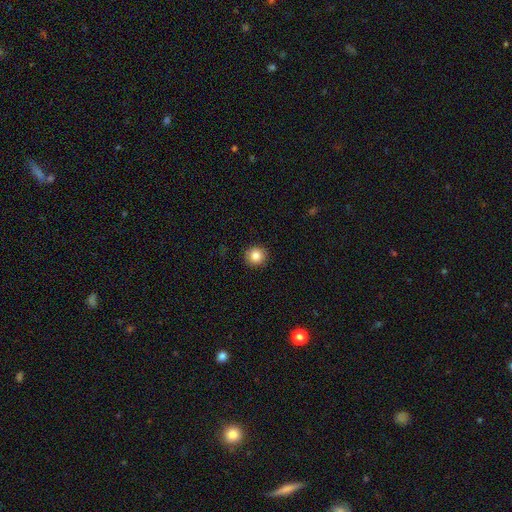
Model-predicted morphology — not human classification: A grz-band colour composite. It shows a smooth galaxy with no disk features (84%) that is round (94%). Merging: none (92%).